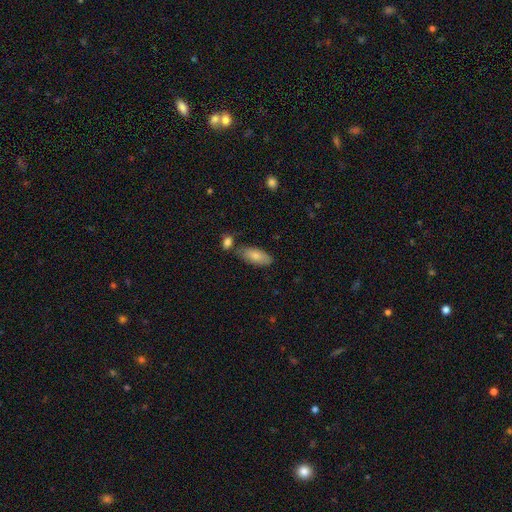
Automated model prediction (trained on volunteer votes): Smooth or featured? smooth (80%)
How rounded? in between (86%)
Merging? none (68%)